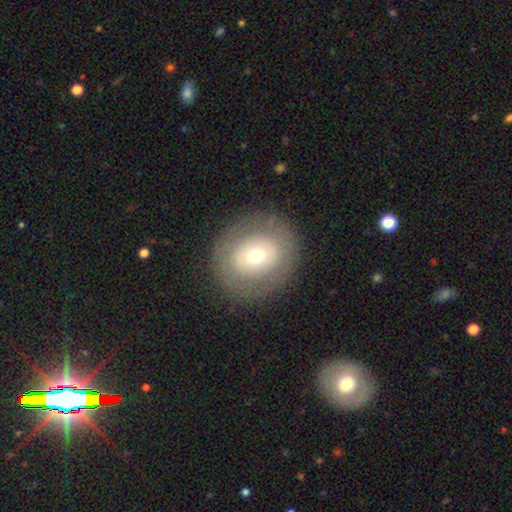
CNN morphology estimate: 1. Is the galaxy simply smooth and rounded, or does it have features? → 53% smooth, 38% featured or disk, 9% star or artifact.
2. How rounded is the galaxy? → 81% round, 18% in between, 1% cigar-shaped.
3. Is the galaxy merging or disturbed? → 83% none, 10% minor disturbance, 6% major disturbance, 1% merger.